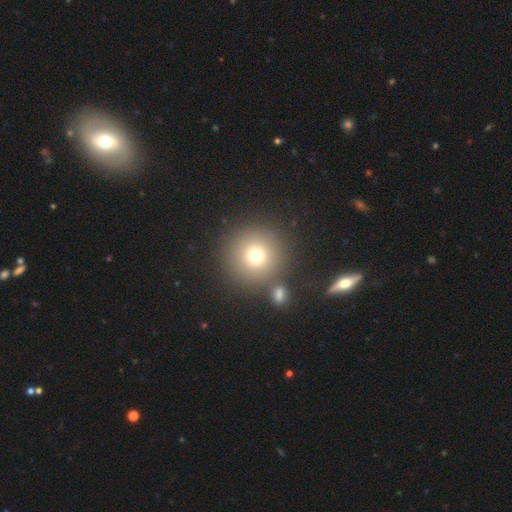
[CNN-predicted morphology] Q: Smooth or featured?
A: smooth (73%); runner-up: star or artifact (15%)
Q: How rounded?
A: round (95%); runner-up: in between (4%)
Q: Merging?
A: none (79%); runner-up: merger (10%)